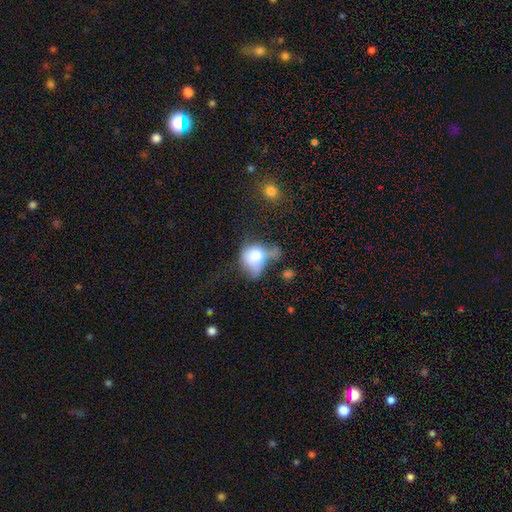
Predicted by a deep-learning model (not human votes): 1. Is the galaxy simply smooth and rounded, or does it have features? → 69% smooth, 20% featured or disk, 11% star or artifact.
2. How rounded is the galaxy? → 51% in between, 48% round, 2% cigar-shaped.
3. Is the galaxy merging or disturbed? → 35% major disturbance, 26% minor disturbance, 23% none, 17% merger.